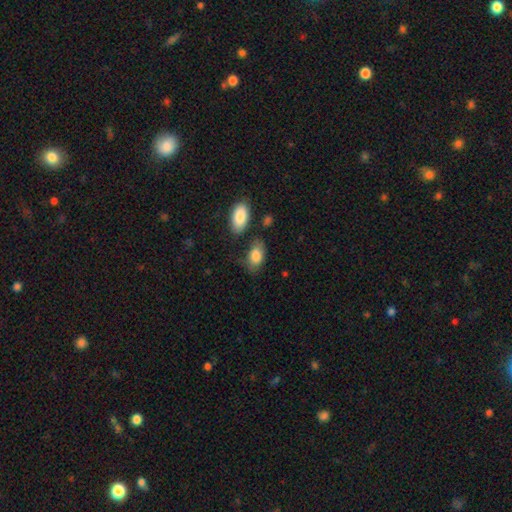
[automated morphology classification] smooth 85%, featured or disk 9%, star or artifact 7%. Down the decision tree: how rounded — in between (92%); merging — none (67%).